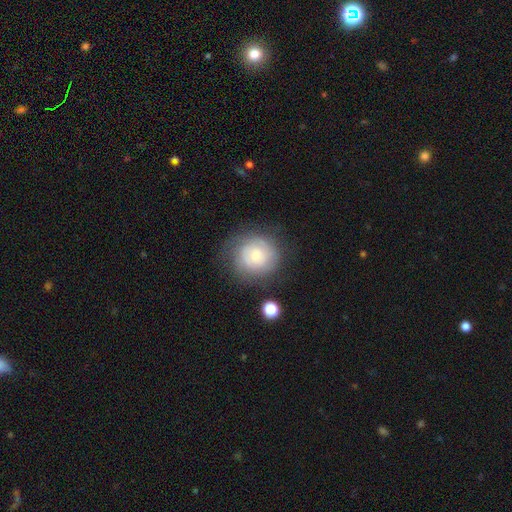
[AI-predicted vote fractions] smooth_or_featured: featured or disk (p=0.51) [alt: smooth p=0.41]
disk_edge_on: no (p=0.98) [alt: yes p=0.02]
merging: none (p=0.71) [alt: minor disturbance p=0.18]